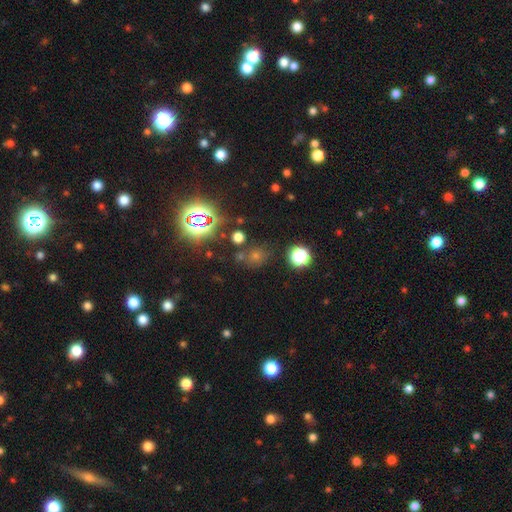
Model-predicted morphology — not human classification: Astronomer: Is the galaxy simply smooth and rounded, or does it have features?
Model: star or artifact — 55% (runner-up: smooth, 37%).